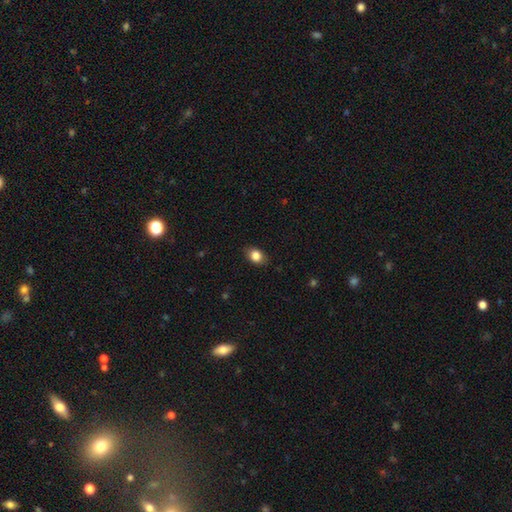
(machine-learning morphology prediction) This appears to be a smooth galaxy with no disk features (84%) that is in between round and cigar-shaped (71%). Merging: none (84%).